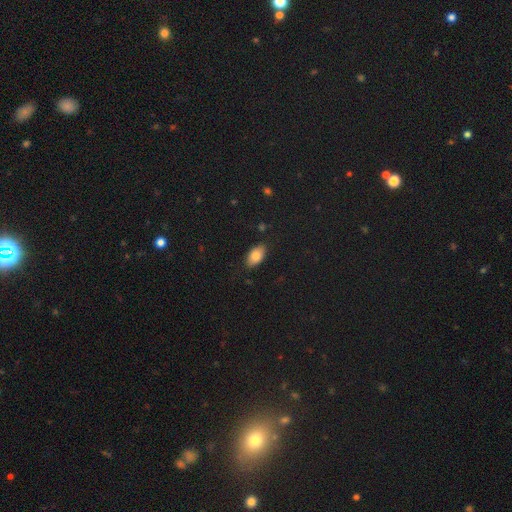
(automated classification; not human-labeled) This is clearly a smooth galaxy (81%). How rounded: clearly in between (93%). Merging: clearly none (84%).